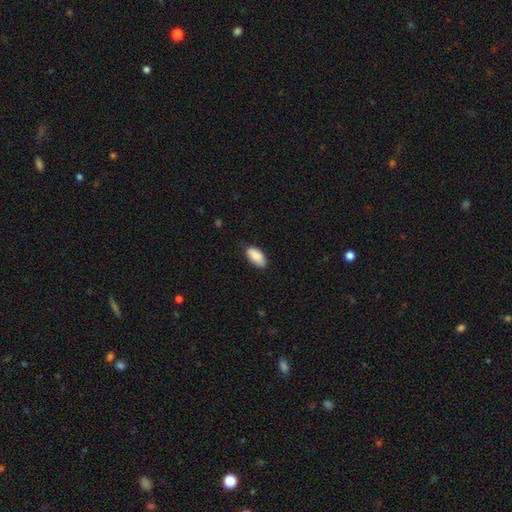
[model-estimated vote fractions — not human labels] Morphology: type=smooth (88%); roundness=in between (94%); merging=none (79%).